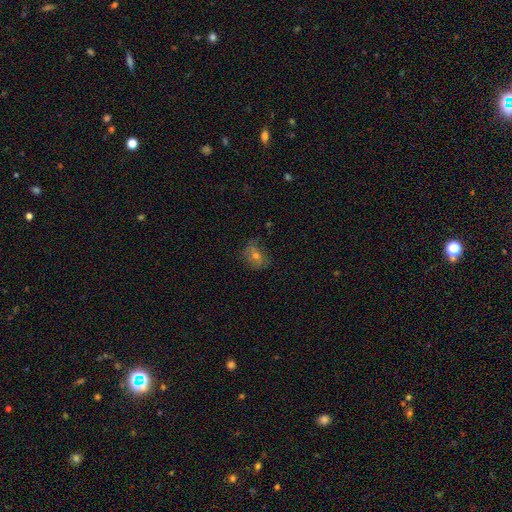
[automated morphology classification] smooth_or_featured: smooth (p=0.49) [alt: featured or disk p=0.33]
merging: none (p=0.66) [alt: minor disturbance p=0.23]